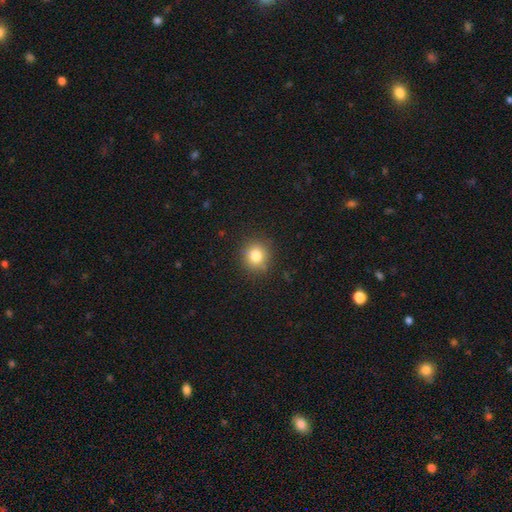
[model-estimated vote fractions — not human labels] Smooth or featured?
  - smooth: 81% *
  - star or artifact: 12%
  - featured or disk: 7%
How rounded?
  - round: 85% *
  - in between: 14%
  - cigar-shaped: 1%
Merging?
  - none: 88% *
  - minor disturbance: 9%
  - major disturbance: 3%
  - merger: 1%